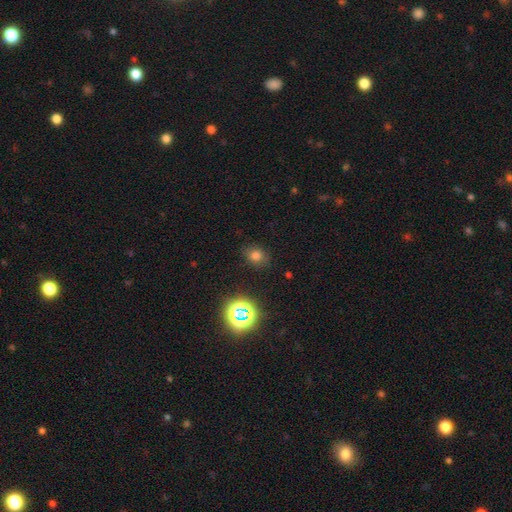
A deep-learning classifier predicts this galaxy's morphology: smooth_or_featured: smooth (p=0.71) [alt: star or artifact p=0.22]
how_rounded: round (p=0.56) [alt: in between p=0.42]
merging: none (p=0.80) [alt: minor disturbance p=0.14]